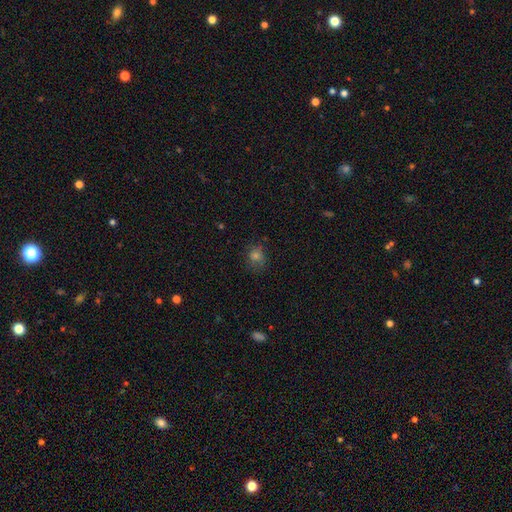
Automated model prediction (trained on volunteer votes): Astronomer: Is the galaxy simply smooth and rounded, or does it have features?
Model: smooth — 70%.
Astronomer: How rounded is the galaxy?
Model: round — 68%.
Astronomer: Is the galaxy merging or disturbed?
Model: none — 73%.